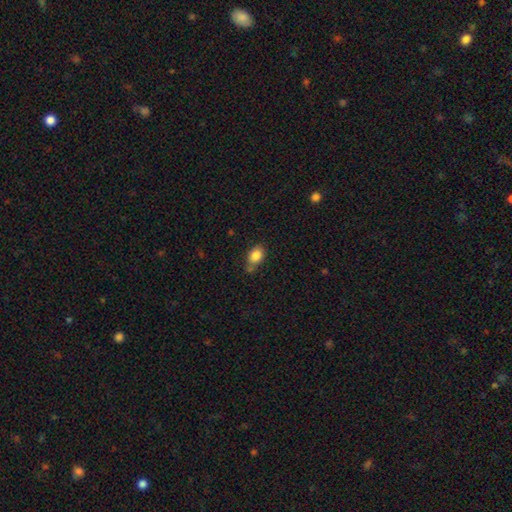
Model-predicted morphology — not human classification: Smooth or featured?
  - smooth: 85% *
  - star or artifact: 8%
  - featured or disk: 7%
How rounded?
  - in between: 77% *
  - round: 21%
  - cigar-shaped: 2%
Merging?
  - none: 58% *
  - minor disturbance: 28%
  - merger: 9%
  - major disturbance: 6%